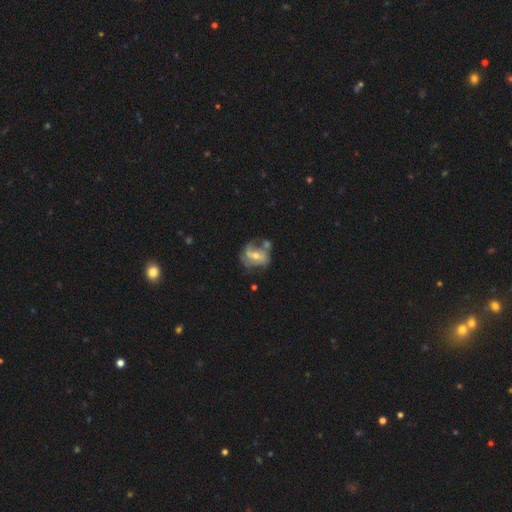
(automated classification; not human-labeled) The model was most divided on "bar": weak: 40%, no: 39%, strong: 22%. Remaining: edge-on disk — no (97%); spiral arms — yes (75%); smooth or featured — featured or disk (68%); bulge size — moderate (62%); merging — none (39%).